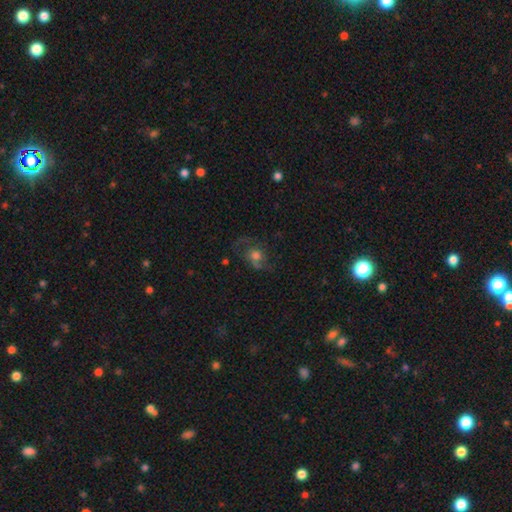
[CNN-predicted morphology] Overall: featured or disk (44%; smooth 41%). Merging: none (51%; major disturbance 25%).